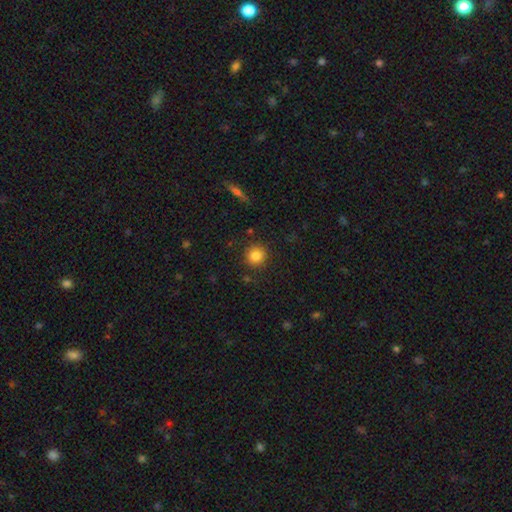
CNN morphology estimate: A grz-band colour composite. It shows a smooth galaxy with no disk features (85%) that is round (92%). Merging: none (87%).